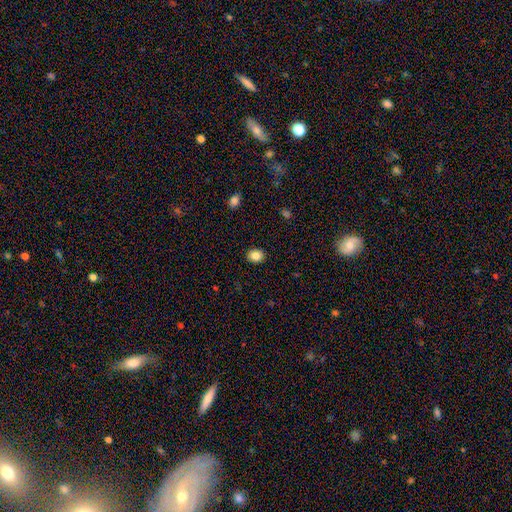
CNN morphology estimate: This is clearly a smooth galaxy (85%). How rounded: possibly round (52%). Merging: clearly none (90%).